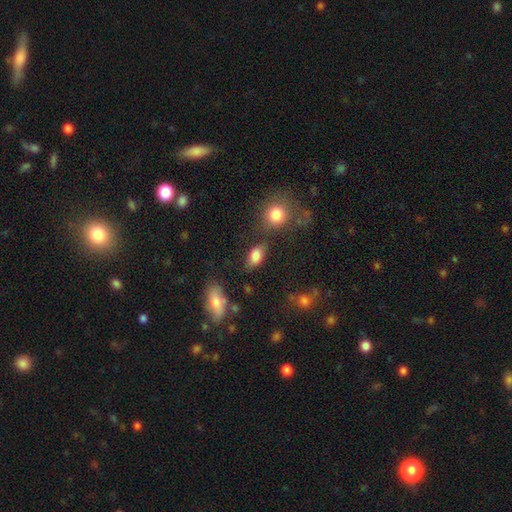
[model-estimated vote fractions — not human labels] smooth 82%, featured or disk 9%, star or artifact 9%. Down the decision tree: how rounded — in between (87%); merging — none (65%).